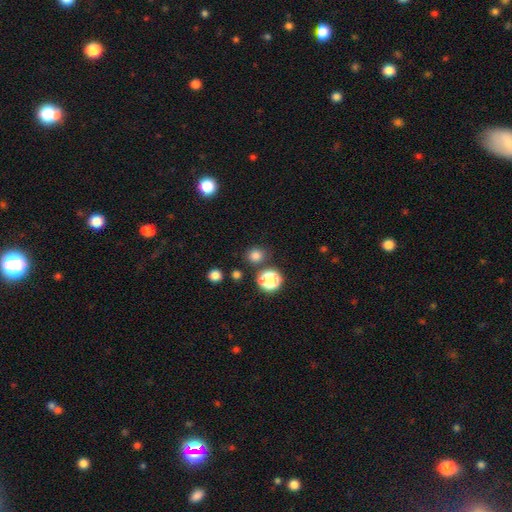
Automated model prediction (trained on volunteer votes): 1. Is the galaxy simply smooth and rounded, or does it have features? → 78% smooth, 18% star or artifact, 4% featured or disk.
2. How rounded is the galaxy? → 83% round, 16% in between, 1% cigar-shaped.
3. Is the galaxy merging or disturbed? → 82% none, 9% minor disturbance, 6% merger, 3% major disturbance.